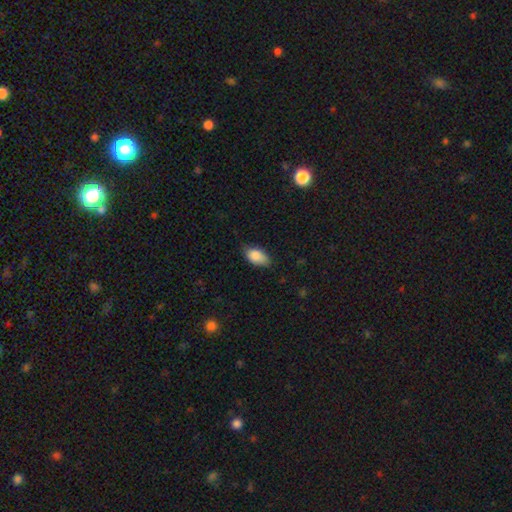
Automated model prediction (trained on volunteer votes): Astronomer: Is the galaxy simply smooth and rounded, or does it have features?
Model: smooth — 86%.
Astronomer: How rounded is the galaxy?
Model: in between — 93%.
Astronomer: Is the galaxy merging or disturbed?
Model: none — 70%.